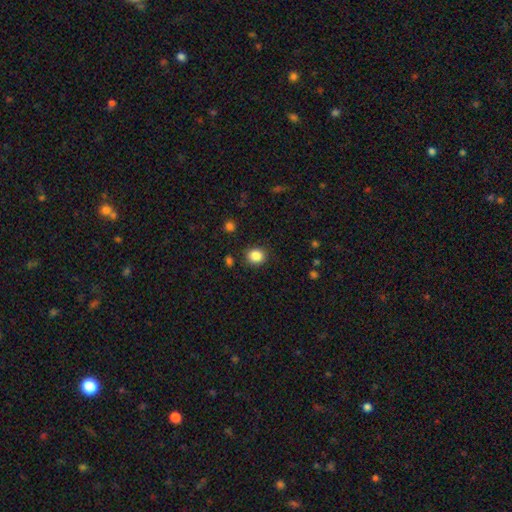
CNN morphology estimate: This appears to be a smooth galaxy with no disk features (86%) that is round (79%). Merging: none (88%).